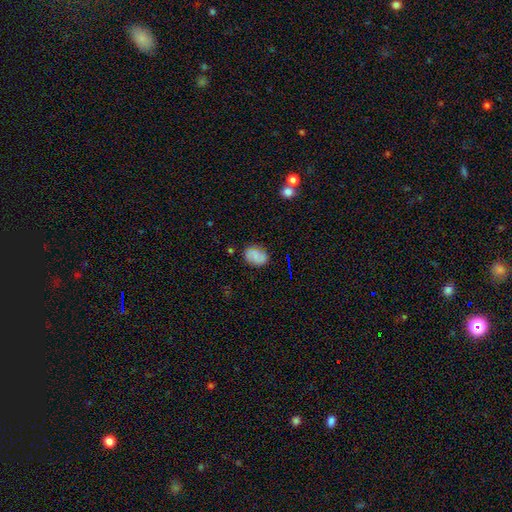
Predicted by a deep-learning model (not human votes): smooth_or_featured: smooth (p=0.71) [alt: featured or disk p=0.18]
how_rounded: in between (p=0.73) [alt: round p=0.26]
merging: none (p=0.80) [alt: minor disturbance p=0.15]